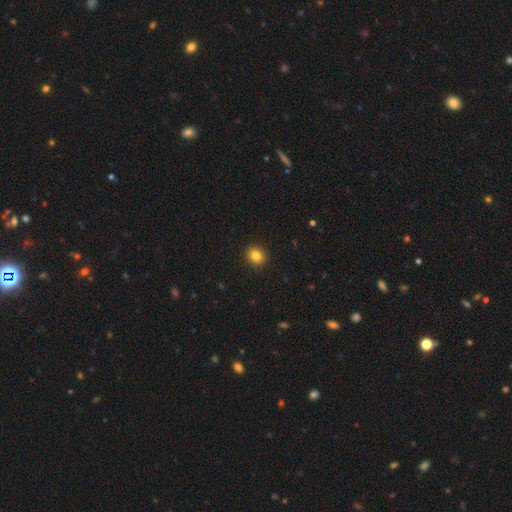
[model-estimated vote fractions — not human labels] Smooth or featured?
  - smooth: 83% *
  - star or artifact: 12%
  - featured or disk: 6%
How rounded?
  - round: 81% *
  - in between: 18%
  - cigar-shaped: 1%
Merging?
  - none: 92% *
  - minor disturbance: 5%
  - major disturbance: 2%
  - merger: 1%